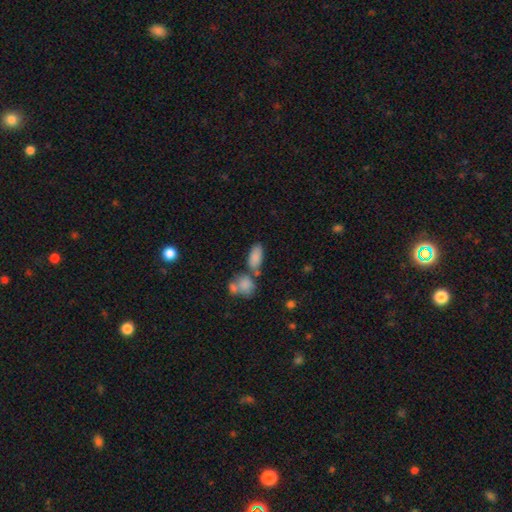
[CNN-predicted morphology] A smooth galaxy with no disk features (84%) that is in between round and cigar-shaped (89%). Merging: none (51%).